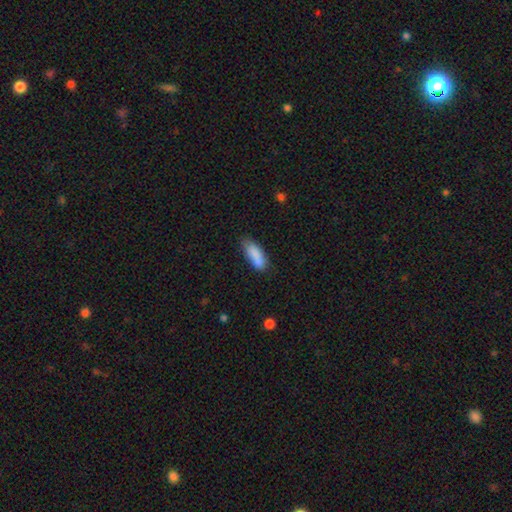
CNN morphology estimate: Smooth or featured?
  - smooth: 83% *
  - featured or disk: 9%
  - star or artifact: 7%
How rounded?
  - in between: 66% *
  - cigar-shaped: 32%
  - round: 2%
Merging?
  - none: 60% *
  - minor disturbance: 25%
  - merger: 9%
  - major disturbance: 6%